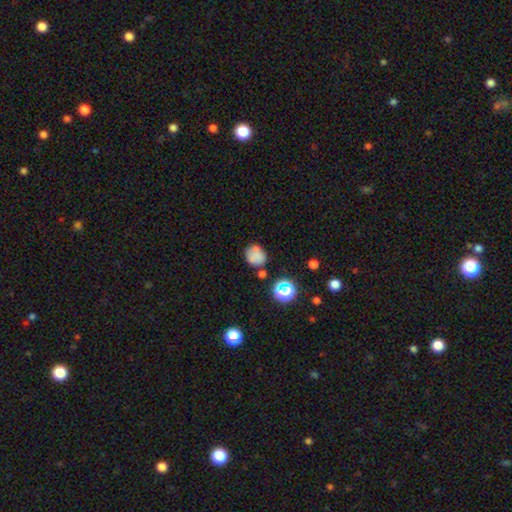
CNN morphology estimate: Q: Smooth or featured?
A: smooth (74%); runner-up: star or artifact (15%)
Q: How rounded?
A: round (72%); runner-up: in between (27%)
Q: Merging?
A: none (63%); runner-up: minor disturbance (18%)